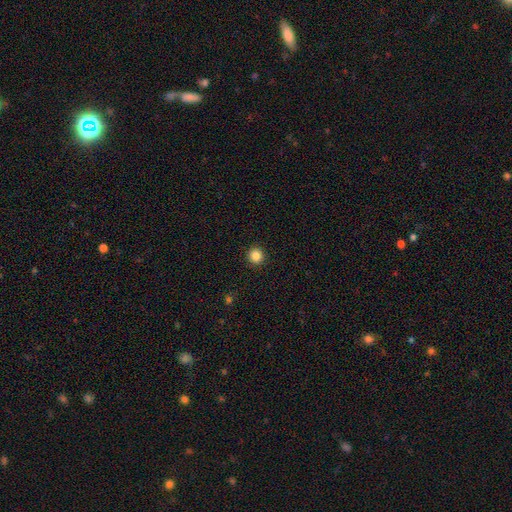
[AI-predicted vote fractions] A smooth galaxy with no disk features (85%) that is round (94%). Merging: none (93%).